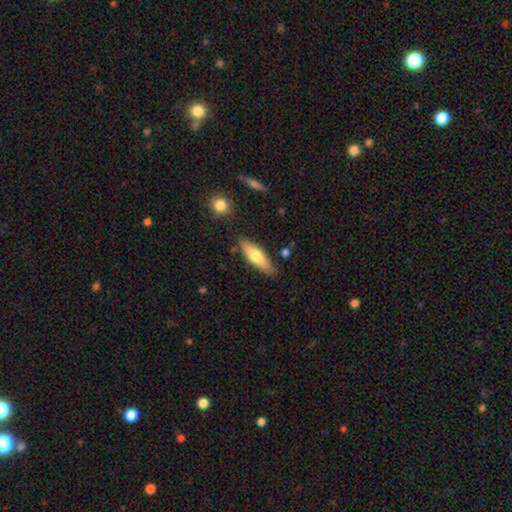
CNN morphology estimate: The model was most divided on "how rounded": cigar-shaped: 49%, in between: 48%, round: 2%. More confident: merging — none (82%); smooth or featured — smooth (59%).